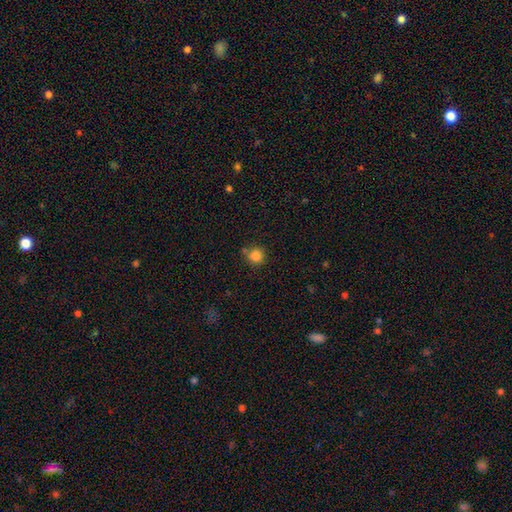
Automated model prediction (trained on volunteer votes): smooth 83%, star or artifact 12%, featured or disk 5%. Down the decision tree: how rounded — round (93%); merging — none (75%).